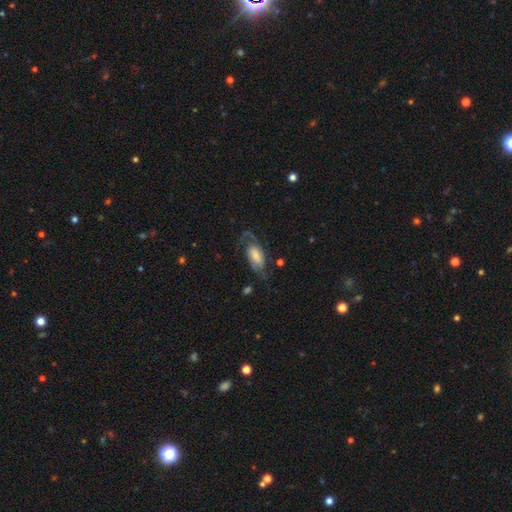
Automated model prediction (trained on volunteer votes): Overall: featured or disk (71%). Edge-on disk: no (95%). Bar: no (42%; weak 41%). Spiral arms: yes (93%). Spiral arm count: 2 (87%). Spiral winding: medium (45%; loose 37%). Bulge size: large (30%; small 22%). Merging: none (62%).